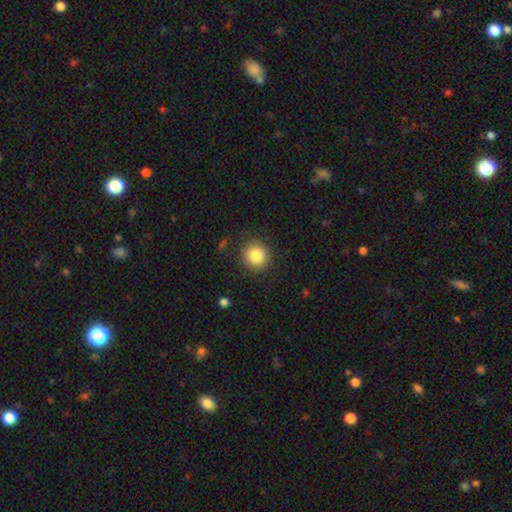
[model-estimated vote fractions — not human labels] The model was most divided on "smooth or featured": smooth: 84%, star or artifact: 9%, featured or disk: 7%. More confident: how rounded — round (91%); merging — none (87%).